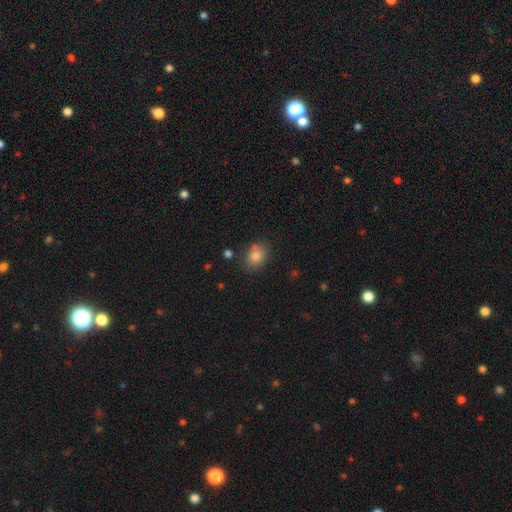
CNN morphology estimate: smooth 81%, star or artifact 10%, featured or disk 9%. Down the decision tree: how rounded — in between (50%); merging — none (74%).